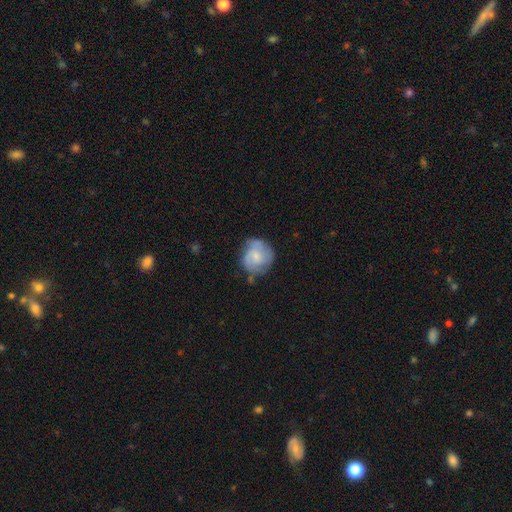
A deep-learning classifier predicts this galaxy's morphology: Overall: featured or disk (56%; smooth 38%). Edge-on disk: no (98%). Bar: no (61%; weak 35%). Spiral arms: yes (84%). Bulge size: small (43%; moderate 39%). Merging: none (62%; minor disturbance 25%).